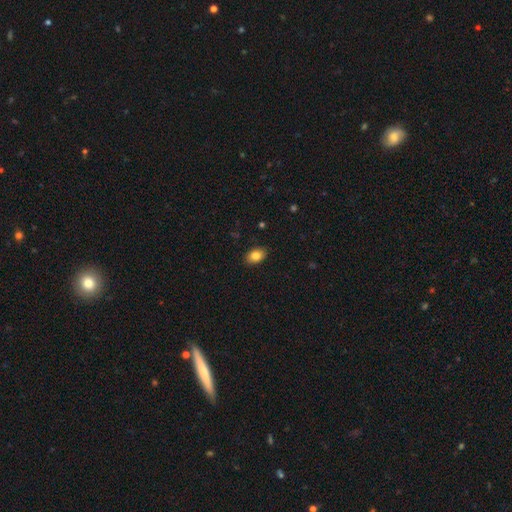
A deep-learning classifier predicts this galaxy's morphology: type=smooth (83%); roundness=in between (83%); merging=none (87%).